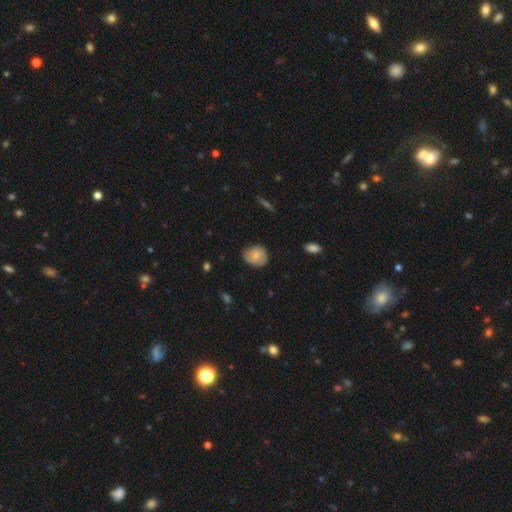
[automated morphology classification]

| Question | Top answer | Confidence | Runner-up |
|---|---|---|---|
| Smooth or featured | smooth | 63% | featured or disk (30%) |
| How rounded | round | 58% | in between (41%) |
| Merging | none | 70% | minor disturbance (24%) |